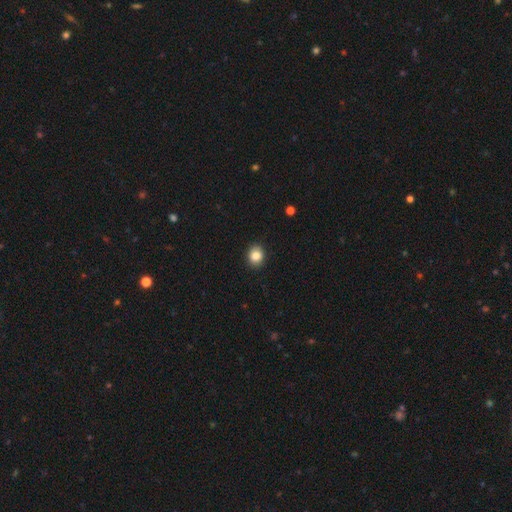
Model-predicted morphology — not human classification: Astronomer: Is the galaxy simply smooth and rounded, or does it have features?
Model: smooth — 86%.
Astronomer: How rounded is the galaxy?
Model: round — 68%.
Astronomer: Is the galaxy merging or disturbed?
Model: none — 90%.